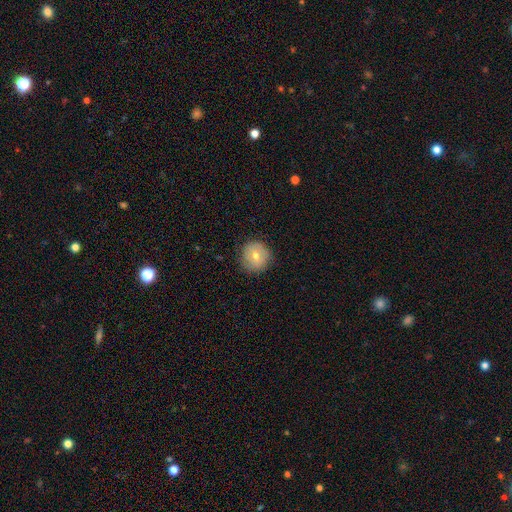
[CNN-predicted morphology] Overall: smooth (59%; featured or disk 30%). How rounded: round (94%). Merging: none (86%).